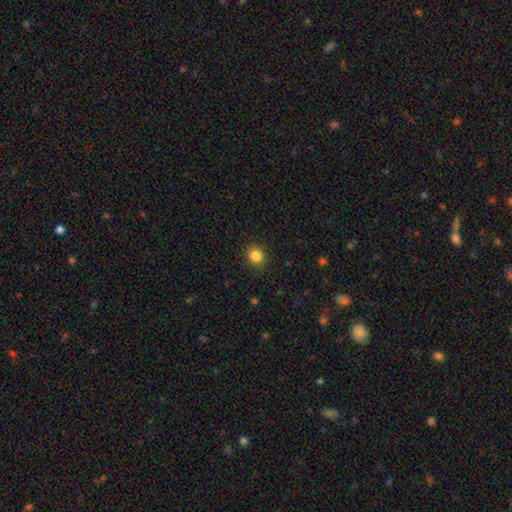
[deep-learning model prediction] Morphology: type=smooth (86%); roundness=round (80%); merging=none (90%).